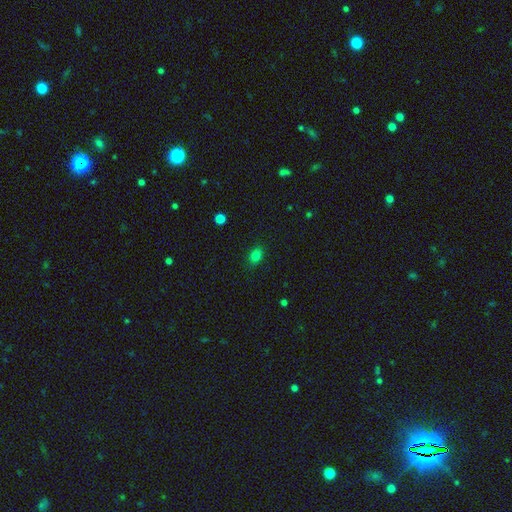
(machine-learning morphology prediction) This is clearly a smooth galaxy (81%). How rounded: likely in between (66%). Merging: clearly none (87%).